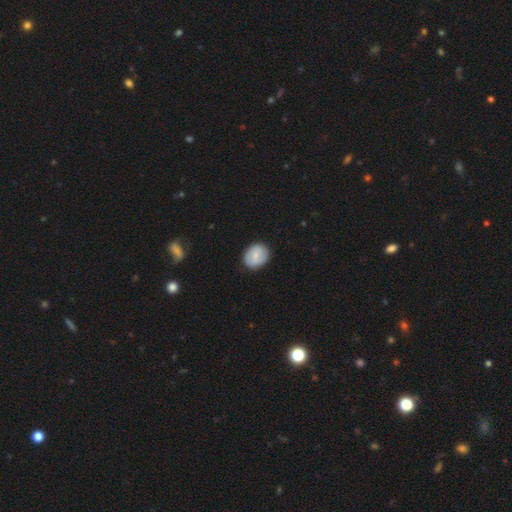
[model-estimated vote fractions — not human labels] Q: Smooth or featured?
A: smooth (68%); runner-up: featured or disk (26%)
Q: How rounded?
A: round (51%); runner-up: in between (48%)
Q: Merging?
A: none (86%); runner-up: minor disturbance (11%)